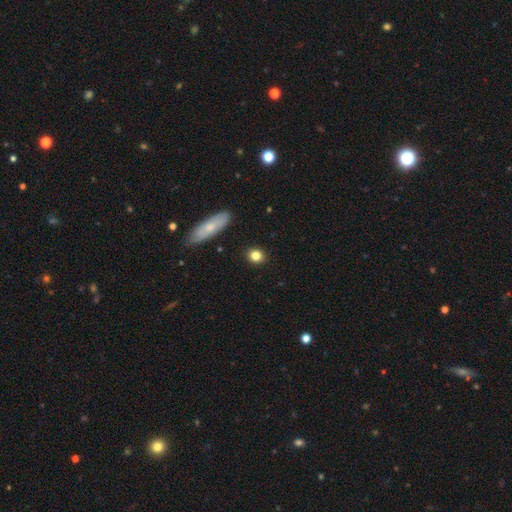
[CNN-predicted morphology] Q: Smooth or featured?
A: smooth (83%); runner-up: star or artifact (10%)
Q: How rounded?
A: round (76%); runner-up: in between (21%)
Q: Merging?
A: none (90%); runner-up: minor disturbance (7%)